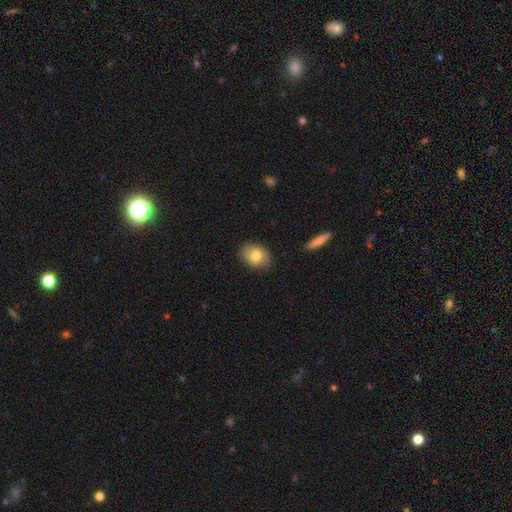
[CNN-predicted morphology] A smooth galaxy with no disk features (77%) that is in between round and cigar-shaped (64%). Merging: none (82%).